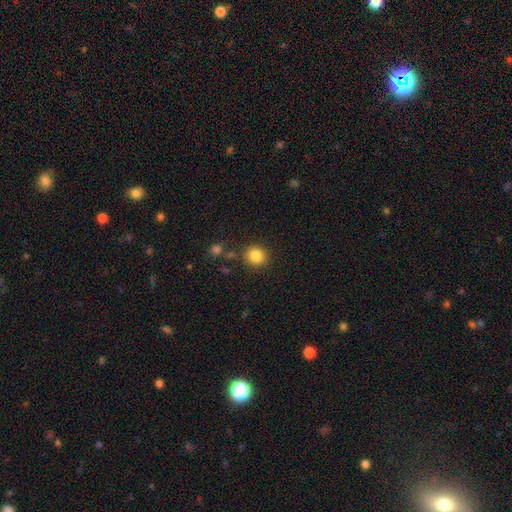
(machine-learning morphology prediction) Smooth or featured? smooth (85%)
How rounded? round (87%)
Merging? none (85%)